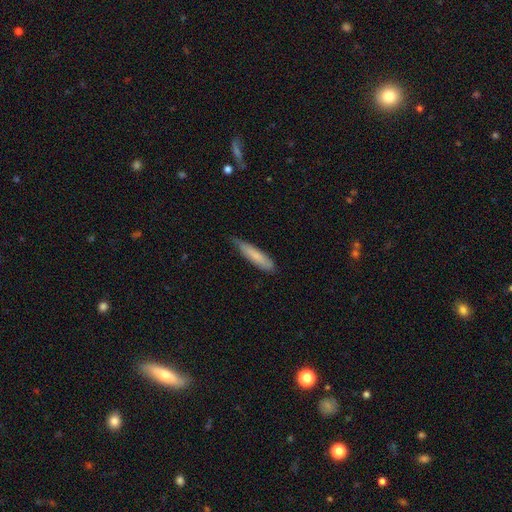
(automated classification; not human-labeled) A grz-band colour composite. It shows a smooth galaxy with no disk features (74%) that is cigar-shaped (78%). Merging: none (60%).